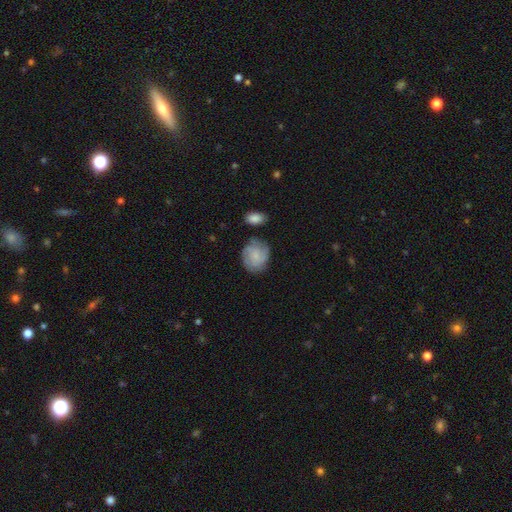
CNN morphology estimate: Q: Smooth or featured?
A: smooth (54%); runner-up: featured or disk (38%)
Q: How rounded?
A: round (65%); runner-up: in between (34%)
Q: Merging?
A: none (68%); runner-up: minor disturbance (20%)